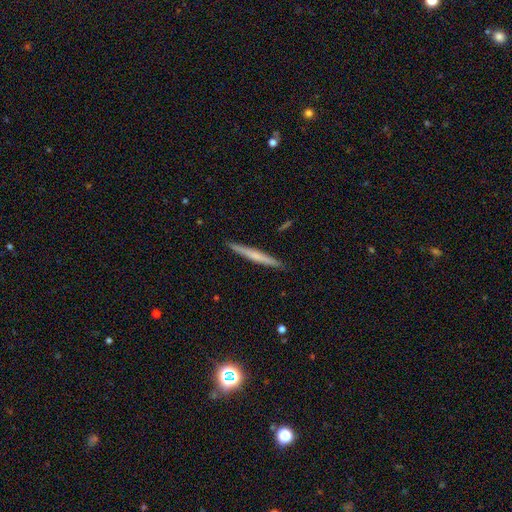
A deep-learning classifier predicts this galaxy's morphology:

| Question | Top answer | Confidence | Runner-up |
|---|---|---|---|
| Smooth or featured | smooth | 48% | featured or disk (47%) |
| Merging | none | 92% | minor disturbance (6%) |